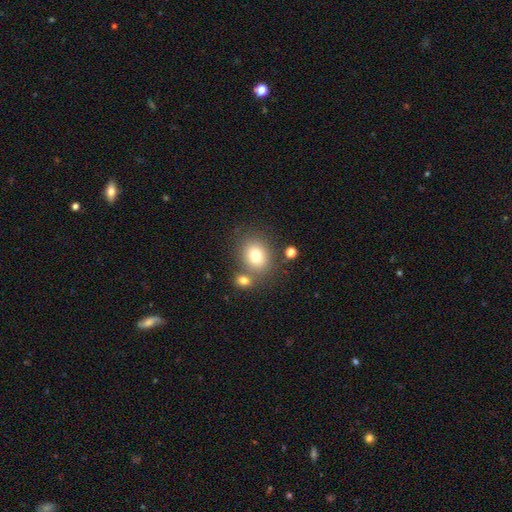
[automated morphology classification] smooth_or_featured: smooth (p=0.77) [alt: star or artifact p=0.11]
how_rounded: round (p=0.55) [alt: in between p=0.44]
merging: none (p=0.65) [alt: merger p=0.20]